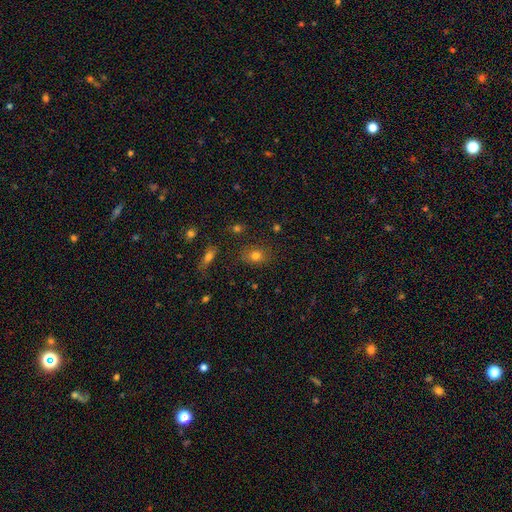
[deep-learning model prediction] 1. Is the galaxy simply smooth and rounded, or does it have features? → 77% smooth, 15% star or artifact, 8% featured or disk.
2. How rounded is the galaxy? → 55% round, 43% in between, 1% cigar-shaped.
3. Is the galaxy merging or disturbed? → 80% none, 13% minor disturbance, 4% merger, 4% major disturbance.